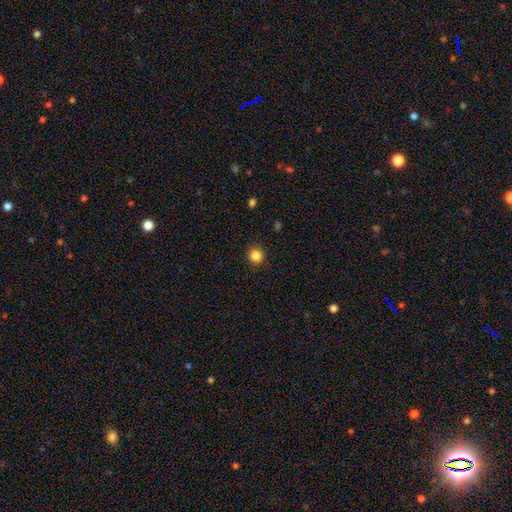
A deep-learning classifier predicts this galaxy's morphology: Overall: smooth (84%). How rounded: round (94%). Merging: none (92%).